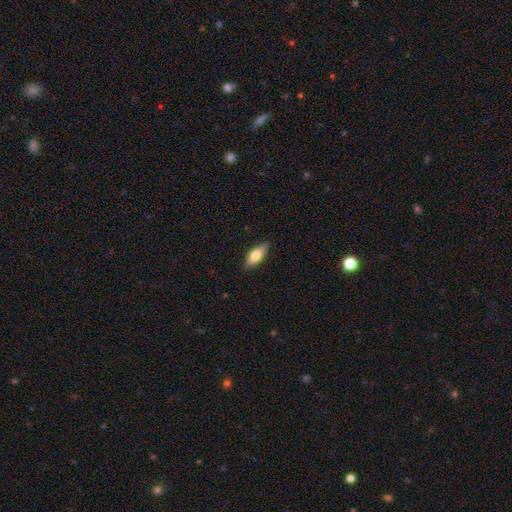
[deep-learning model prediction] smooth 68%, featured or disk 26%, star or artifact 6%. Down the decision tree: how rounded — in between (71%); merging — none (85%).